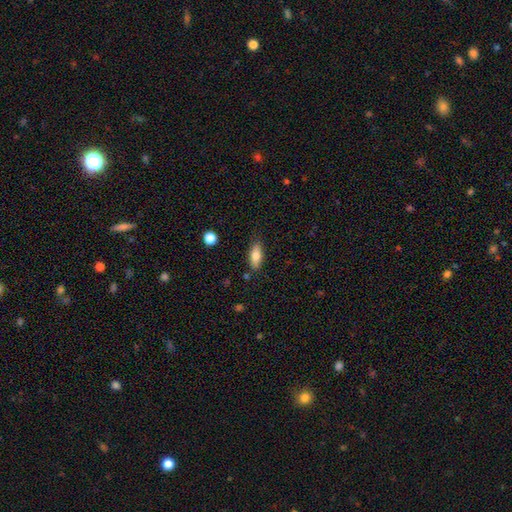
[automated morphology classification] The model was most divided on "how rounded": in between: 75%, cigar-shaped: 22%, round: 3%. More confident: merging — none (82%); smooth or featured — smooth (78%).